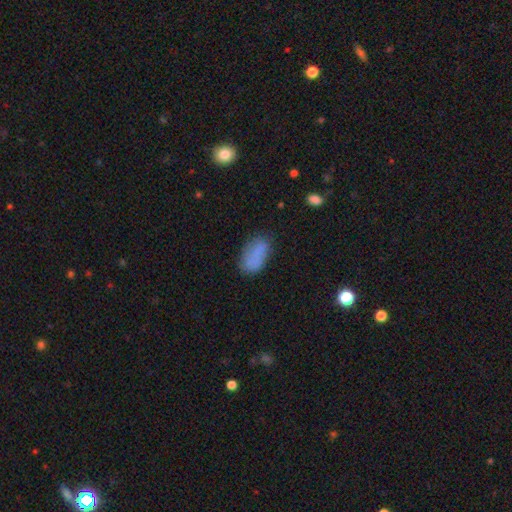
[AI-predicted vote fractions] A smooth galaxy with no disk features (80%) that is in between round and cigar-shaped (92%).

Vote fractions:
- Smooth or featured? smooth: 80% / featured or disk: 11% / star or artifact: 9%
- How rounded? in between: 92% / round: 4% / cigar-shaped: 3%
- Merging? none: 65% / minor disturbance: 24% / major disturbance: 8% / merger: 3%